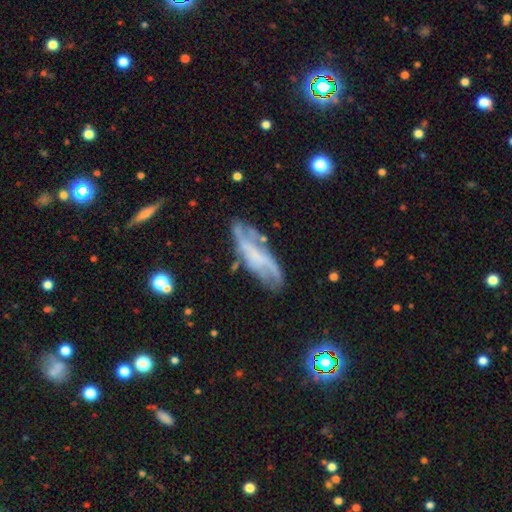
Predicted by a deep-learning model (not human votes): A featured or disk galaxy (64%). Merging: none (61%).